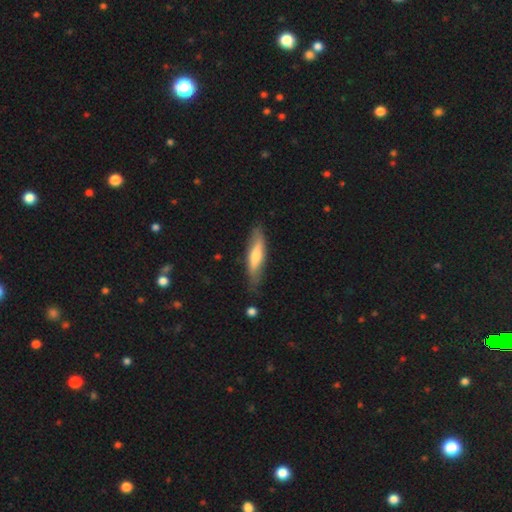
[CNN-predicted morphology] A smooth galaxy with no disk features (56%) that is cigar-shaped (73%).

Vote fractions:
- Smooth or featured? smooth: 56% / featured or disk: 38% / star or artifact: 6%
- How rounded? cigar-shaped: 73% / in between: 26% / round: 2%
- Merging? none: 75% / minor disturbance: 20% / major disturbance: 4% / merger: 2%